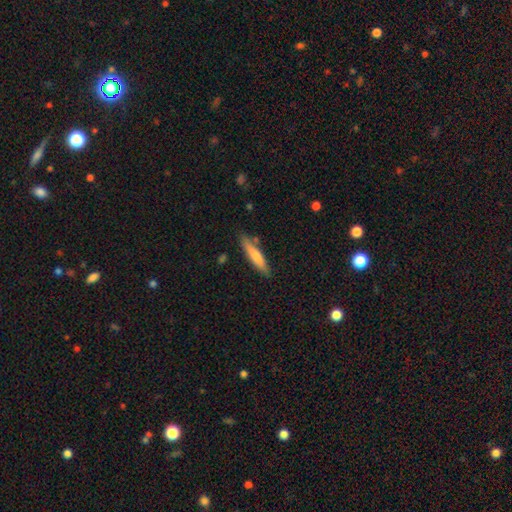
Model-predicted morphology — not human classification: A smooth galaxy with no disk features (69%) that is cigar-shaped (87%). Merging: none (82%).